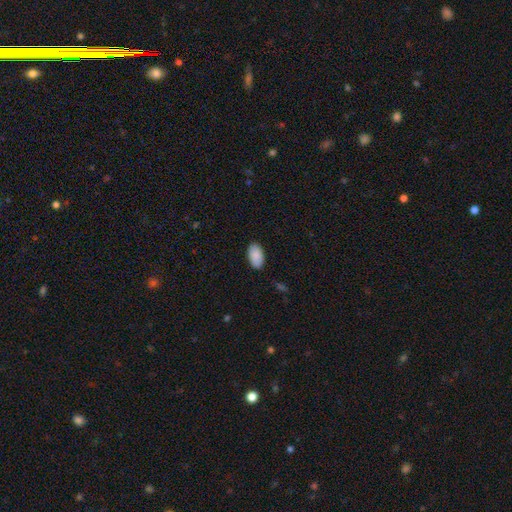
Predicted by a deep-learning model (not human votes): This appears to be a smooth galaxy with no disk features (88%) that is in between round and cigar-shaped (95%). Merging: none (87%).